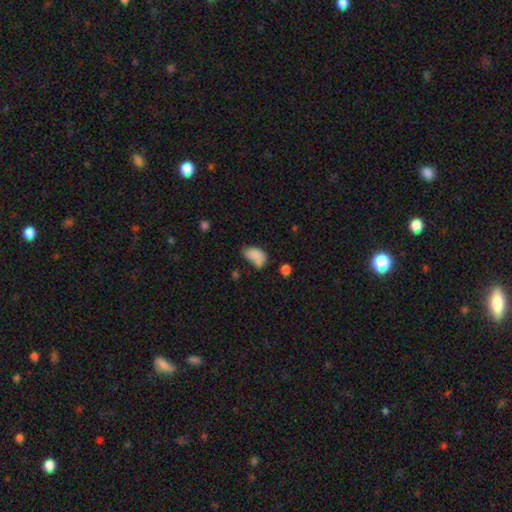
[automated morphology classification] The model was most divided on "merging": none: 37%, minor disturbance: 30%, merger: 18%, major disturbance: 15%. More confident: how rounded — in between (89%); smooth or featured — smooth (80%).